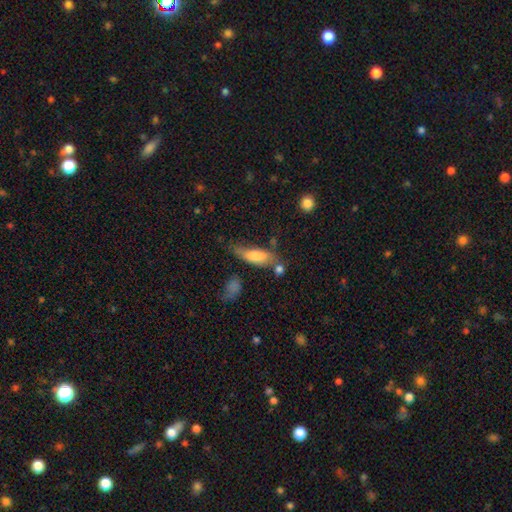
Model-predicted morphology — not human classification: This appears to be a smooth galaxy with no disk features (68%) that is in between round and cigar-shaped (58%). Merging: none (45%).